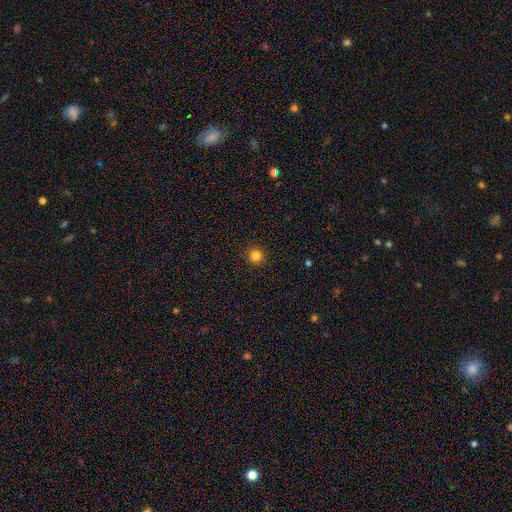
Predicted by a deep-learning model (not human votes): Overall: smooth (83%). How rounded: round (96%). Merging: none (93%).